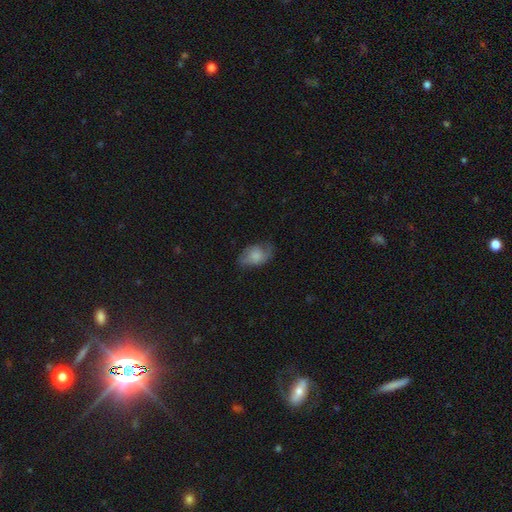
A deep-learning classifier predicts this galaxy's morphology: smooth 61%, featured or disk 31%, star or artifact 8%. Down the decision tree: how rounded — in between (86%); merging — none (56%).